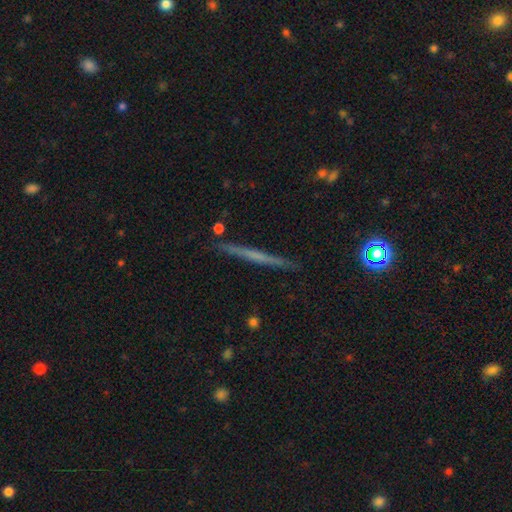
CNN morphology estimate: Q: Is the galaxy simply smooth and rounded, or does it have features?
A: featured or disk — 57%.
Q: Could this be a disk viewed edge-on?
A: yes — 97%.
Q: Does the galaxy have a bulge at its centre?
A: none — 76%.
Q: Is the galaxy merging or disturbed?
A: none — 90%.